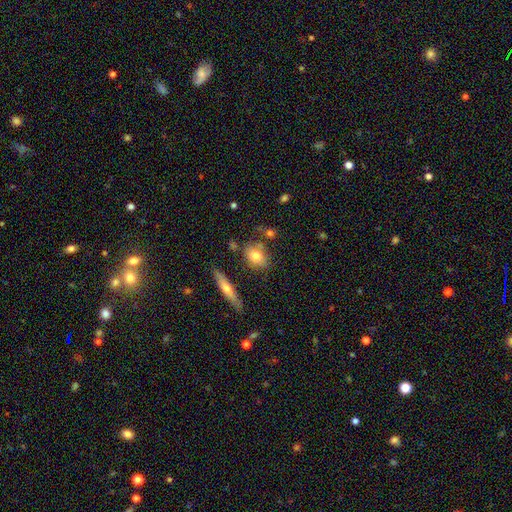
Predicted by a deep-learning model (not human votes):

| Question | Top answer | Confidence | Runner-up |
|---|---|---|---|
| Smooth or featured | smooth | 74% | featured or disk (18%) |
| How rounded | in between | 61% | round (32%) |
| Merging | none | 67% | minor disturbance (18%) |